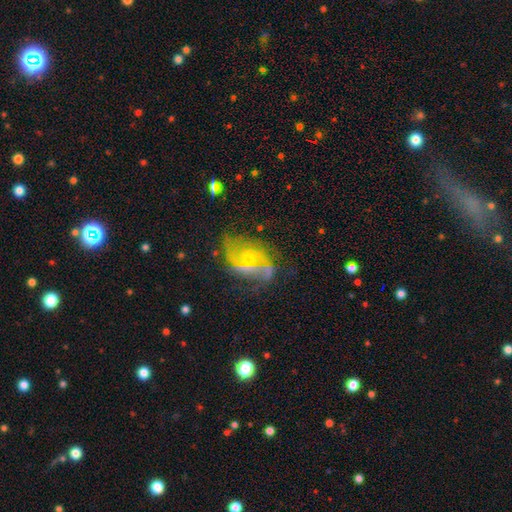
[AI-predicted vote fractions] Smooth or featured? featured or disk (77%)
Edge-on disk? no (97%)
Bar? no (47%)
Spiral arms? yes (85%)
Spiral winding? medium (48%)
Spiral arm count? 2 (60%)
Bulge size? small (61%)
Merging? none (52%)